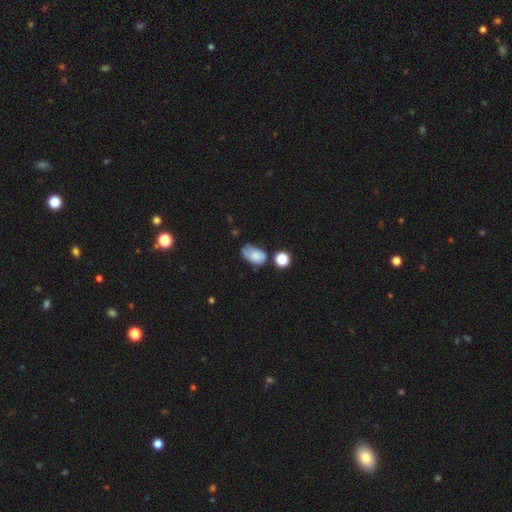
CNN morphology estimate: Smooth or featured: smooth — 70% (featured or disk — 20%)
How rounded: in between — 86% (round — 12%)
Merging: minor disturbance — 37% (none — 36%)